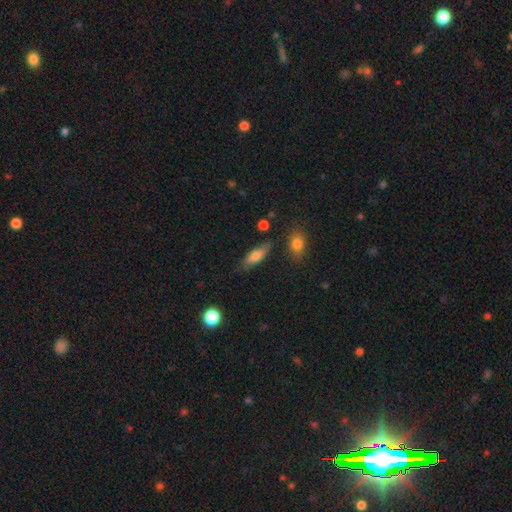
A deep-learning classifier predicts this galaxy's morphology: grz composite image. It shows a smooth galaxy with no disk features (72%) that is in between round and cigar-shaped (54%). Merging: none (78%).